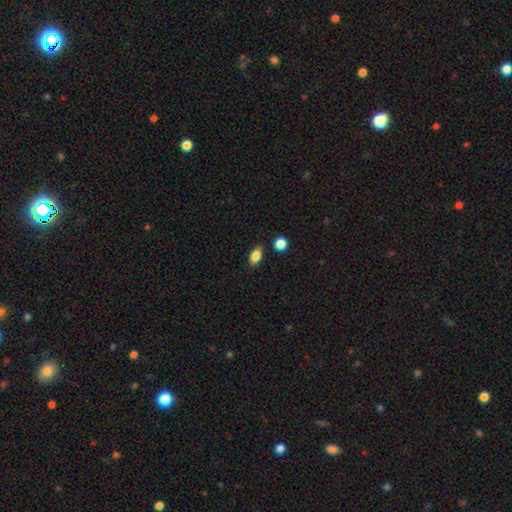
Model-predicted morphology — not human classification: Smooth or featured: smooth — 85% (star or artifact — 9%)
How rounded: in between — 86% (round — 9%)
Merging: none — 84% (minor disturbance — 11%)